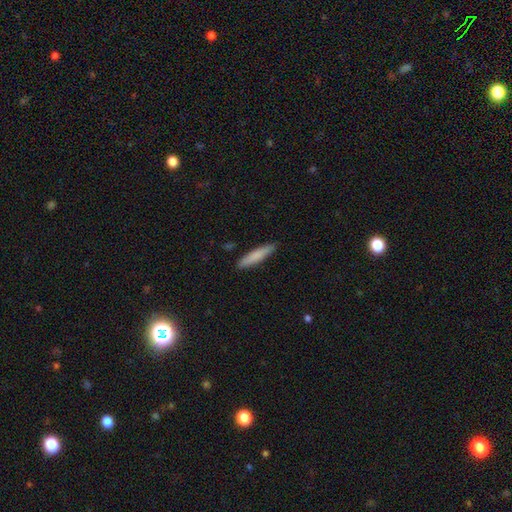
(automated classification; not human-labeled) Smooth or featured: smooth — 81% (featured or disk — 14%)
How rounded: cigar-shaped — 87% (in between — 12%)
Merging: none — 89% (minor disturbance — 8%)